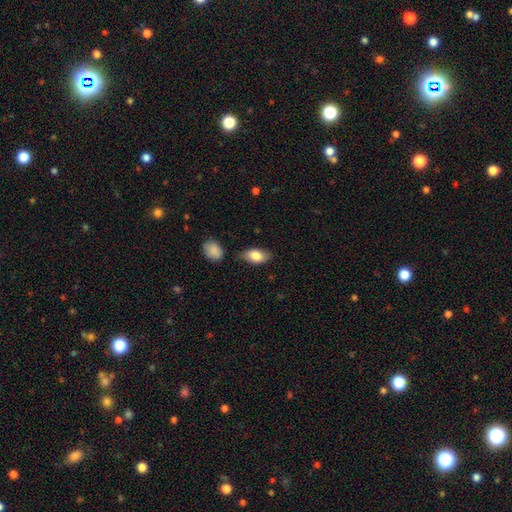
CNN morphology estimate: The model was most divided on "merging": none: 71%, minor disturbance: 19%, merger: 5%, major disturbance: 4%. More confident: how rounded — in between (92%); smooth or featured — smooth (83%).